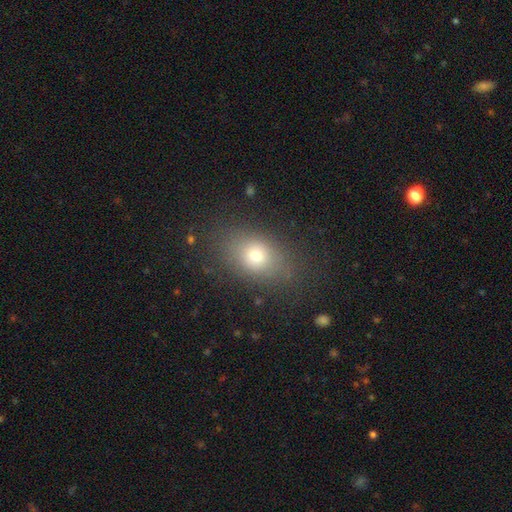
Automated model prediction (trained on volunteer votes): Morphology: type=smooth (72%); roundness=in between (68%); merging=none (81%).